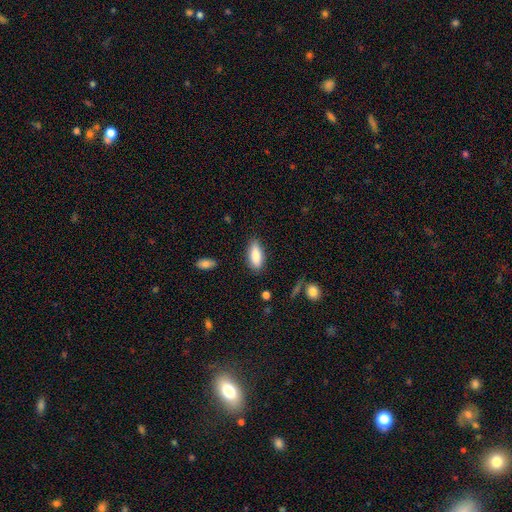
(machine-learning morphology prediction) A smooth galaxy with no disk features (83%) that is in between round and cigar-shaped (76%).

Vote fractions:
- Smooth or featured? smooth: 83% / featured or disk: 11% / star or artifact: 7%
- How rounded? in between: 76% / cigar-shaped: 22% / round: 2%
- Merging? none: 82% / minor disturbance: 13% / major disturbance: 3% / merger: 2%